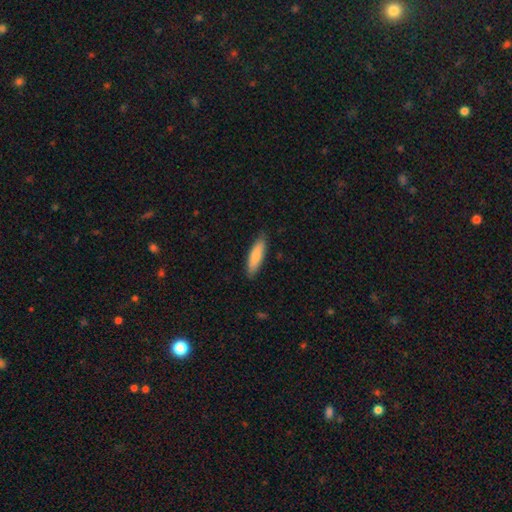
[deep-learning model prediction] smooth 82%, featured or disk 13%, star or artifact 5%. Down the decision tree: how rounded — cigar-shaped (64%); merging — none (86%).